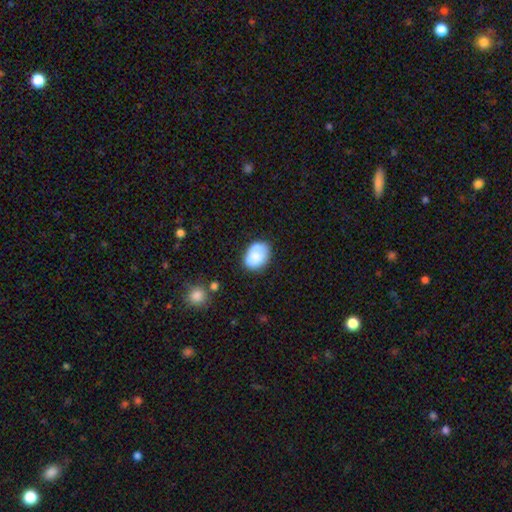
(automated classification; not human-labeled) smooth-or-featured: smooth: 82% | featured or disk: 11% | star or artifact: 7%
  how-rounded: in between: 73% | round: 26% | cigar-shaped: 1%
  merging: none: 66% | minor disturbance: 23% | merger: 6% | major disturbance: 5%